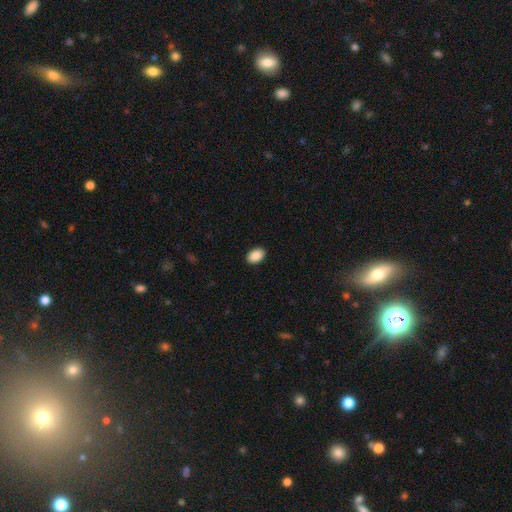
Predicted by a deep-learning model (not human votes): smooth 90%, star or artifact 7%, featured or disk 3%. Down the decision tree: how rounded — in between (87%); merging — none (90%).